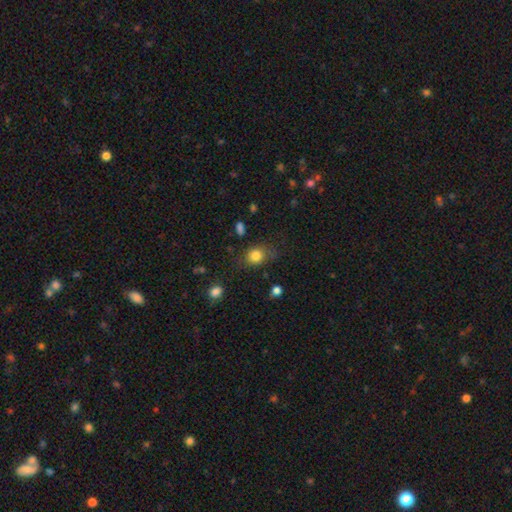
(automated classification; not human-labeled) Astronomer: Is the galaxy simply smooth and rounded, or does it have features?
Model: smooth — 82%.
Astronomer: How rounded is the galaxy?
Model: round — 58% (runner-up: in between, 41%).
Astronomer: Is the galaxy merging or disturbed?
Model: none — 64%.